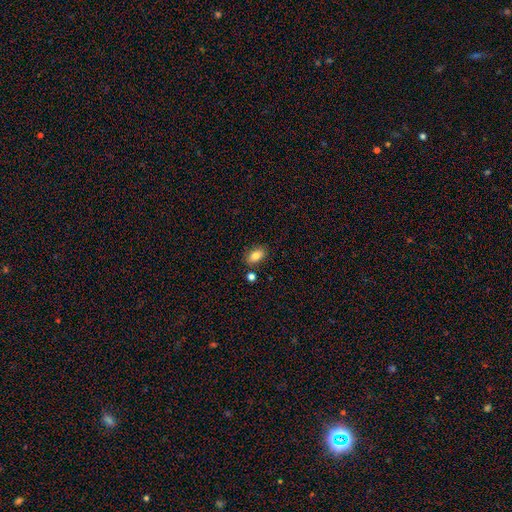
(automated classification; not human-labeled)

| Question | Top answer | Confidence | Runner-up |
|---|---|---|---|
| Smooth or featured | smooth | 81% | featured or disk (10%) |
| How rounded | in between | 88% | round (8%) |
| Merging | none | 80% | minor disturbance (11%) |